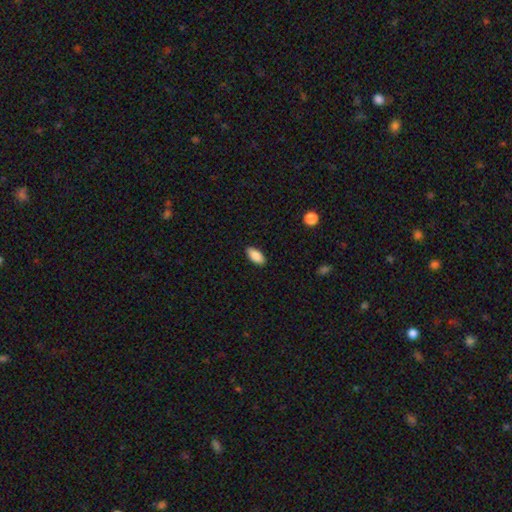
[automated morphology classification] Q: Smooth or featured?
A: smooth (87%); runner-up: star or artifact (7%)
Q: How rounded?
A: in between (92%); runner-up: cigar-shaped (6%)
Q: Merging?
A: none (89%); runner-up: minor disturbance (9%)